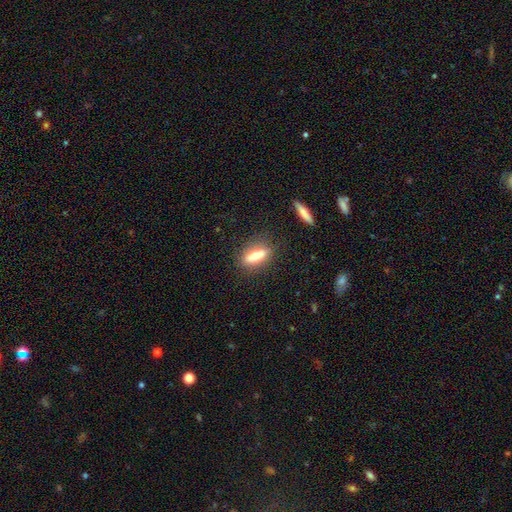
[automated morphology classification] The model was most divided on "how rounded": in between: 52%, cigar-shaped: 44%, round: 4%. More confident: merging — none (81%); smooth or featured — smooth (69%).